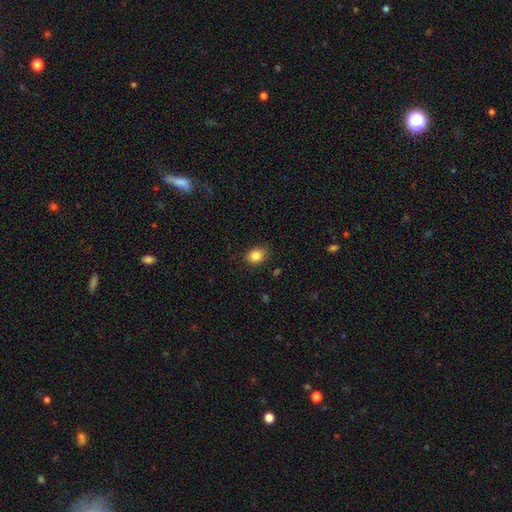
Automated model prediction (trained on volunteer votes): Overall: smooth (85%). How rounded: round (51%; in between 49%). Merging: none (84%).